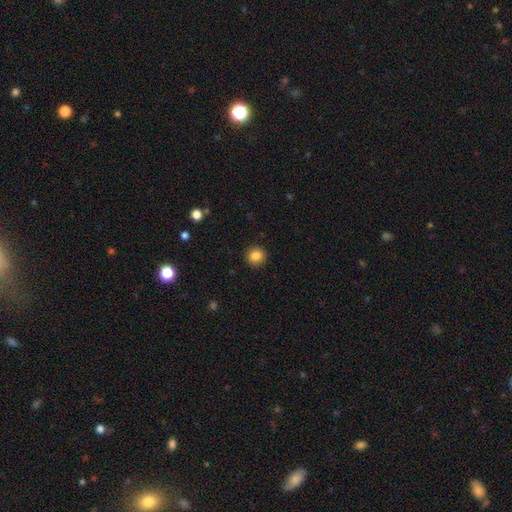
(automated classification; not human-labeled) Q: Smooth or featured?
A: smooth (85%); runner-up: star or artifact (10%)
Q: How rounded?
A: round (92%); runner-up: in between (8%)
Q: Merging?
A: none (92%); runner-up: minor disturbance (6%)